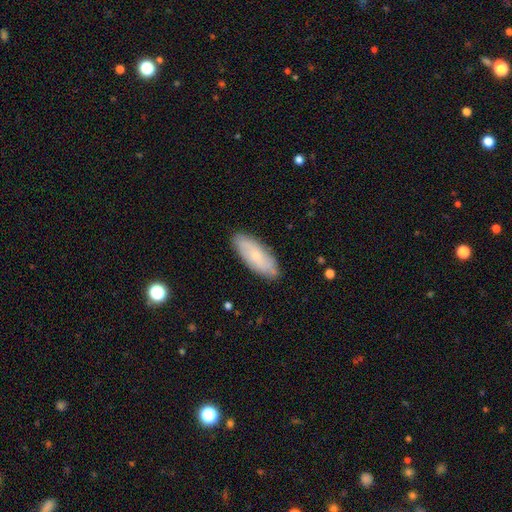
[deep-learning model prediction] Smooth or featured? smooth (56%)
How rounded? in between (73%)
Merging? none (84%)